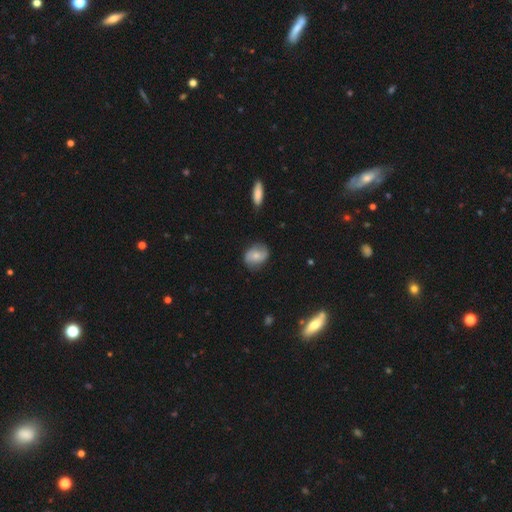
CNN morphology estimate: smooth 49%, featured or disk 43%, star or artifact 7%. Down the decision tree: merging — none (77%).